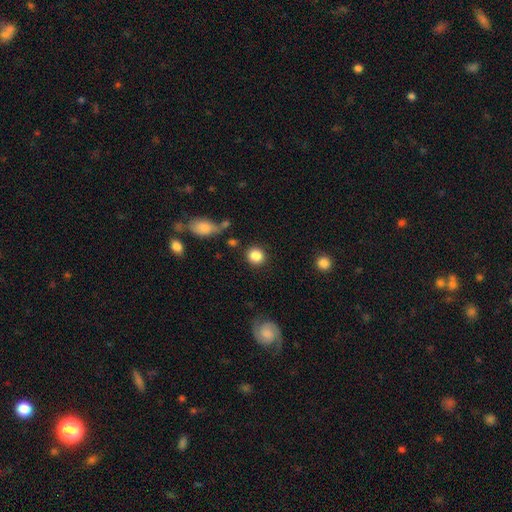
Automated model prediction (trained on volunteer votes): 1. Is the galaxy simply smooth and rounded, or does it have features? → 86% smooth, 9% star or artifact, 5% featured or disk.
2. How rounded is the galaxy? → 85% round, 14% in between, 1% cigar-shaped.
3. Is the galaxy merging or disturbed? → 86% none, 8% minor disturbance, 3% merger, 3% major disturbance.